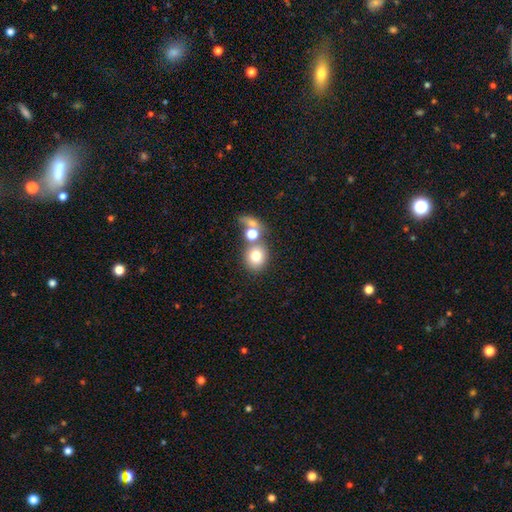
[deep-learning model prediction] smooth 74%, featured or disk 13%, star or artifact 13%. Down the decision tree: how rounded — round (76%); merging — none (54%).